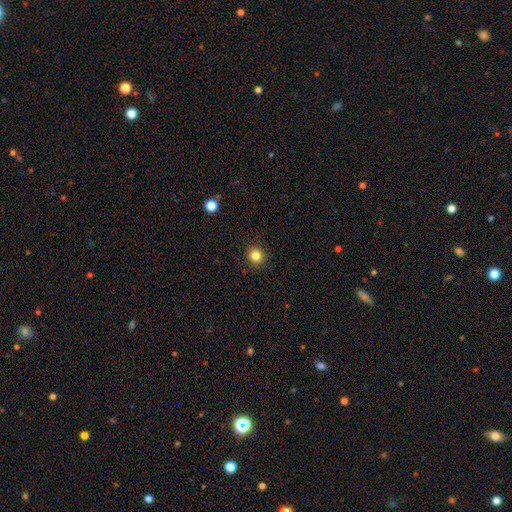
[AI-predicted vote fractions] Smooth or featured? smooth (83%)
How rounded? round (91%)
Merging? none (92%)